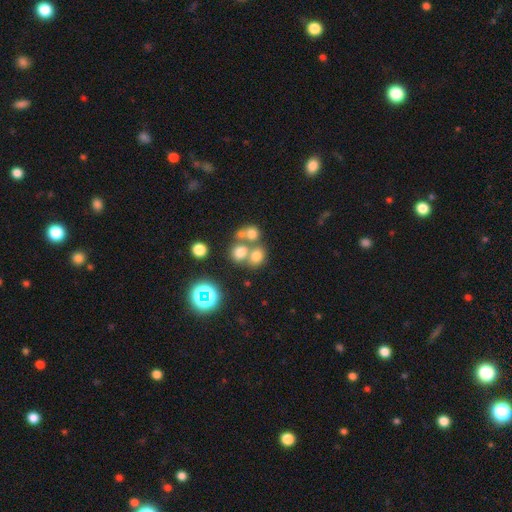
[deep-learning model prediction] Q: Smooth or featured?
A: smooth (67%); runner-up: star or artifact (20%)
Q: How rounded?
A: round (69%); runner-up: in between (30%)
Q: Merging?
A: none (49%); runner-up: merger (38%)